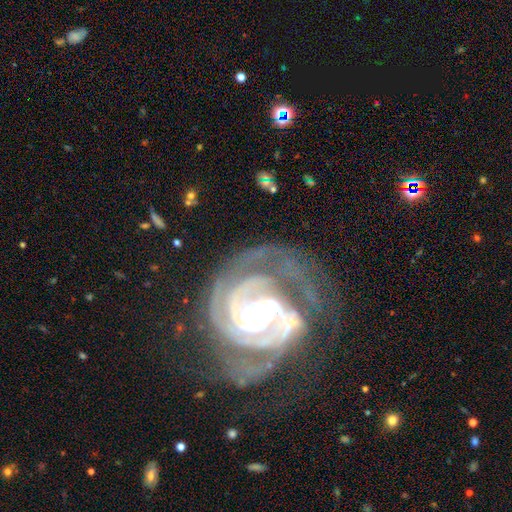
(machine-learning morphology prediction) type=featured or disk (92%); edge-on=no (98%); bar=no (56%); spiral arms=yes (98%); winding=tight (73%); arm count=2 (48%); bulge=small (52%); merging=none (57%).